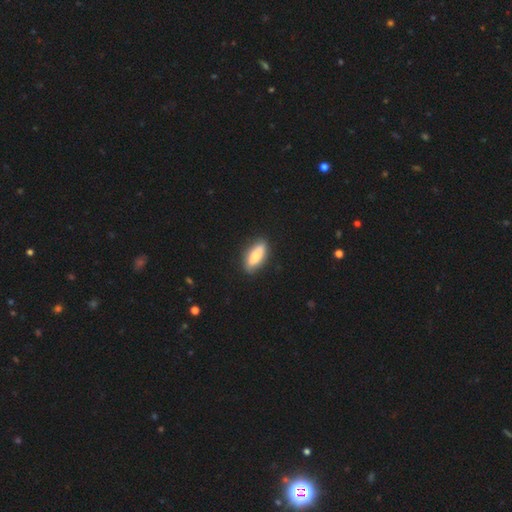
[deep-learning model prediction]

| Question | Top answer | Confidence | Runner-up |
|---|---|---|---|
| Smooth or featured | smooth | 73% | featured or disk (22%) |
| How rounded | in between | 73% | cigar-shaped (24%) |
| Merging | none | 87% | minor disturbance (10%) |